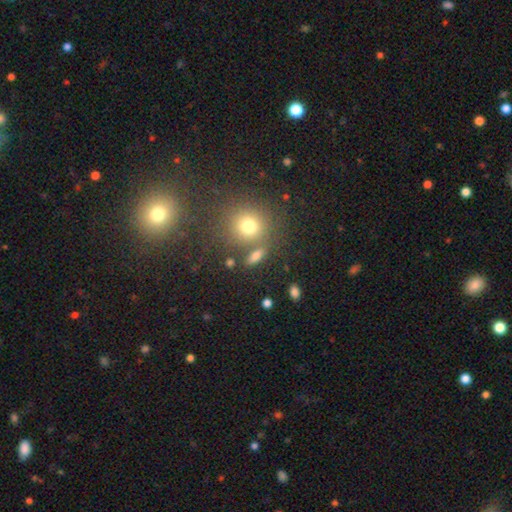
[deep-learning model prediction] smooth 73%, star or artifact 16%, featured or disk 11%. Down the decision tree: how rounded — in between (57%); merging — none (72%).